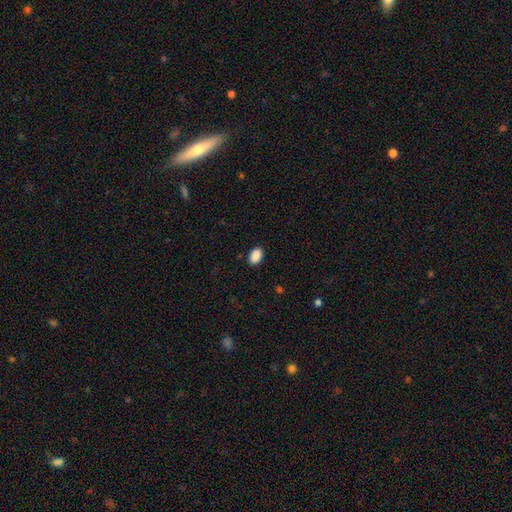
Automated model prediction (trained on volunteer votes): Morphology: type=smooth (90%); roundness=in between (90%); merging=none (89%).